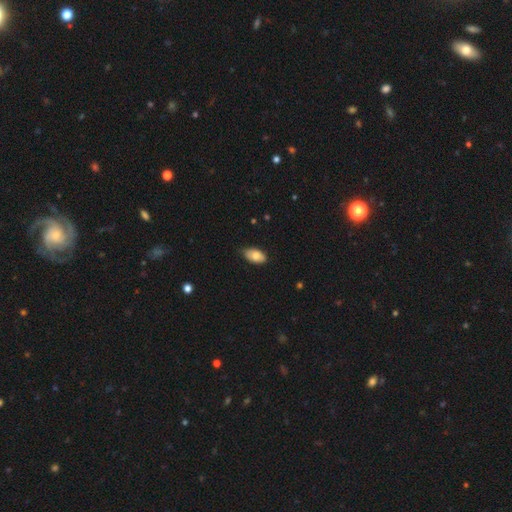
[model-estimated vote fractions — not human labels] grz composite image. It shows a smooth galaxy with no disk features (79%) that is in between round and cigar-shaped (94%). Merging: none (78%).